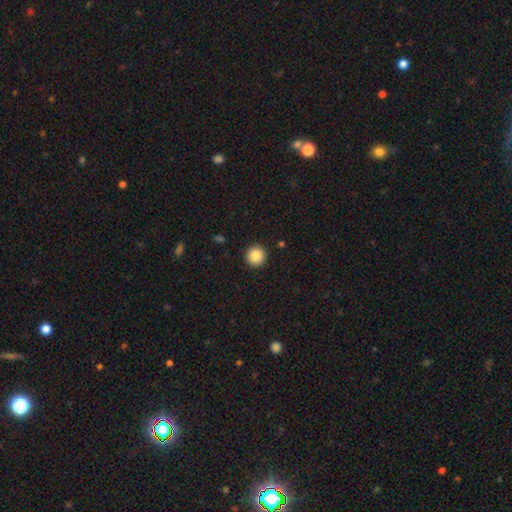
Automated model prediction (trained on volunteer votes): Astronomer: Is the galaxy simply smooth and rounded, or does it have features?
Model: smooth — 87%.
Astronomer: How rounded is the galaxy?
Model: round — 95%.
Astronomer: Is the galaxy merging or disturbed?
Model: none — 93%.